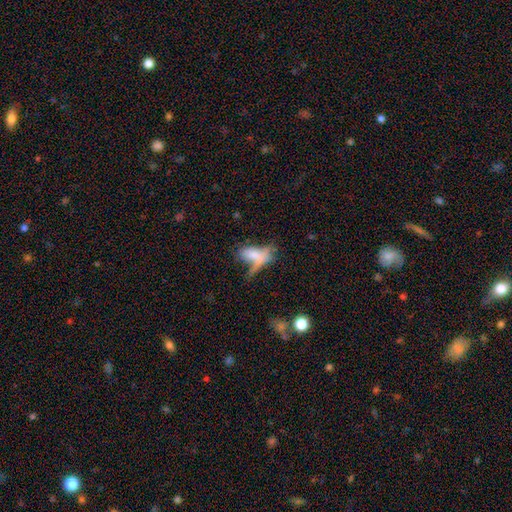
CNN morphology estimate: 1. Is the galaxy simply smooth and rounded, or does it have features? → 66% smooth, 24% featured or disk, 10% star or artifact.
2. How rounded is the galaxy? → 82% in between, 13% cigar-shaped, 4% round.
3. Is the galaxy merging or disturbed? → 32% major disturbance, 25% none, 24% merger, 19% minor disturbance.